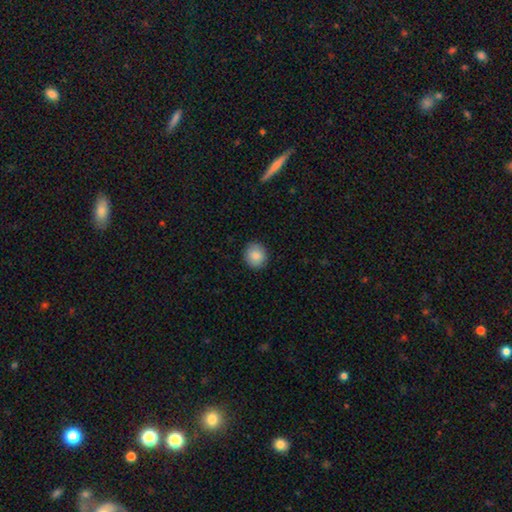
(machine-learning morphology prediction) A smooth galaxy with no disk features (87%) that is round (83%).

Vote fractions:
- Smooth or featured? smooth: 87% / star or artifact: 7% / featured or disk: 6%
- How rounded? round: 83% / in between: 16% / cigar-shaped: 1%
- Merging? none: 90% / minor disturbance: 7% / major disturbance: 2% / merger: 1%